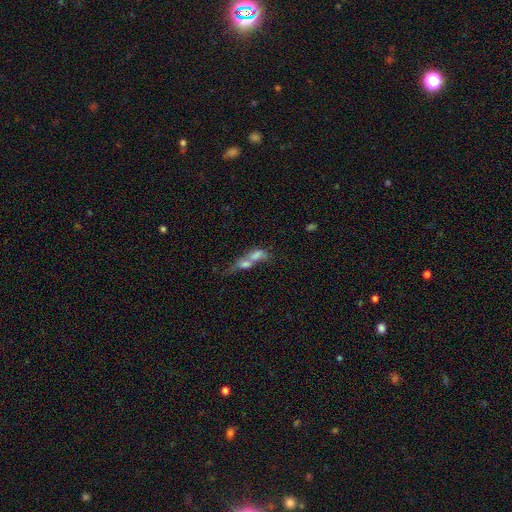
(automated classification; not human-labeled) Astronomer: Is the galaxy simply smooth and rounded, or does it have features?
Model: smooth — 51% (runner-up: featured or disk, 34%).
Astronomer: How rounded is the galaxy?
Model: in between — 53% (runner-up: cigar-shaped, 32%).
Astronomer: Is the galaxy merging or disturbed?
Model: merger — 68%.